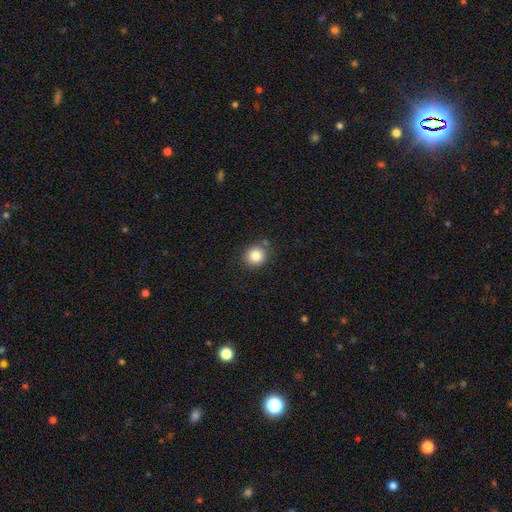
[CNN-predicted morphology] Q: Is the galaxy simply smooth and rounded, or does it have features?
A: smooth — 83%.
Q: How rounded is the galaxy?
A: round — 87%.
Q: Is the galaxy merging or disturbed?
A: none — 83%.